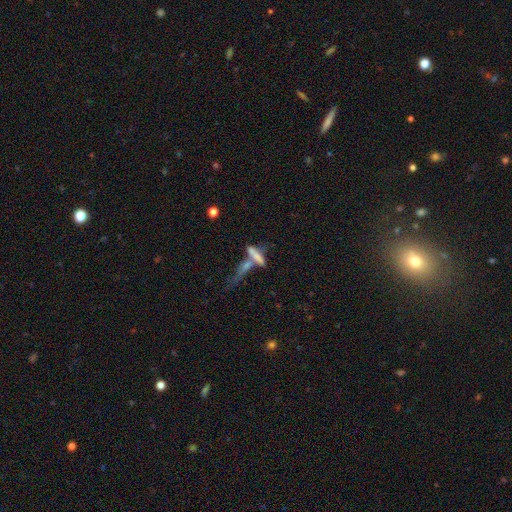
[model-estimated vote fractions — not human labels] A smooth galaxy with no disk features (59%) that is cigar-shaped (66%). Merging: merger (56%).